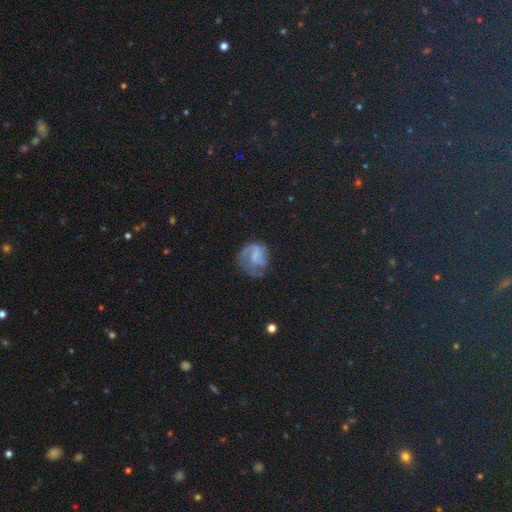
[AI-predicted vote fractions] smooth-or-featured: featured or disk: 46% | smooth: 41% | star or artifact: 13%
  merging: none: 46% | major disturbance: 27% | minor disturbance: 25% | merger: 2%